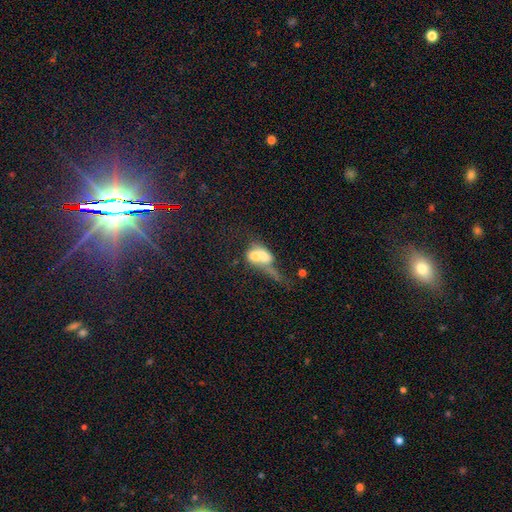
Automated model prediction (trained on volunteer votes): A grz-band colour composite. It shows a smooth galaxy with no disk features (52%) that is in between round and cigar-shaped (65%). Merging: merger (67%).